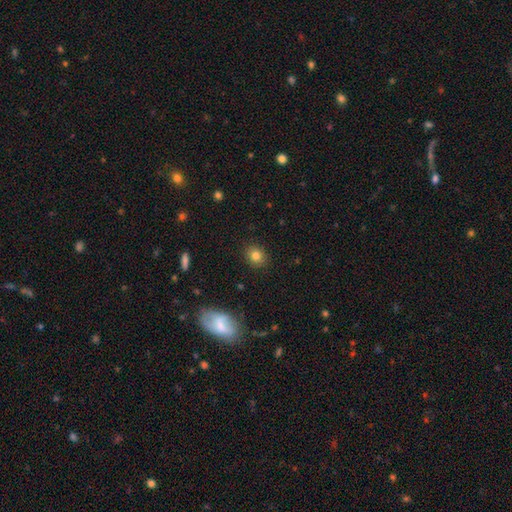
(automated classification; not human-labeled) Q: Smooth or featured?
A: smooth (82%); runner-up: star or artifact (11%)
Q: How rounded?
A: round (69%); runner-up: in between (29%)
Q: Merging?
A: none (89%); runner-up: minor disturbance (8%)